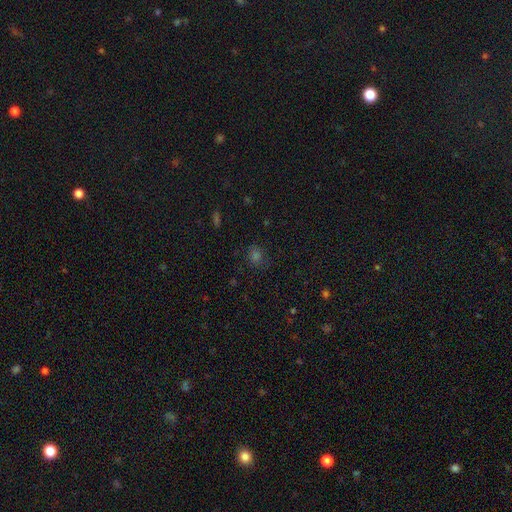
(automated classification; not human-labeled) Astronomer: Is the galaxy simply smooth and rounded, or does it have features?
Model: smooth — 58% (runner-up: star or artifact, 33%).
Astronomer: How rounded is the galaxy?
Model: round — 74%.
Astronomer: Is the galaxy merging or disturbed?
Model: none — 82%.